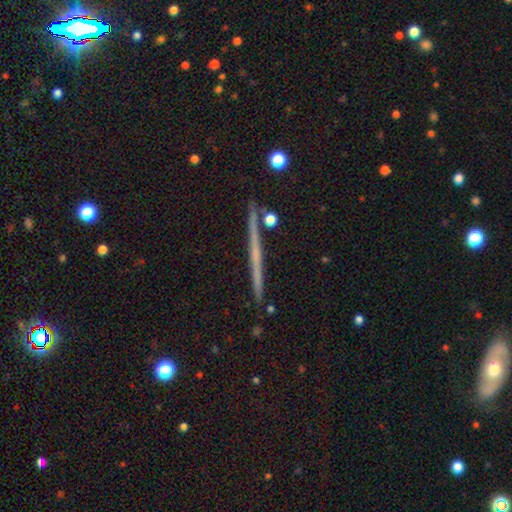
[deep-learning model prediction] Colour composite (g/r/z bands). It shows a featured or disk galaxy (64%) viewed edge-on (98%) with no central bulge (77%). Merging: none (90%).